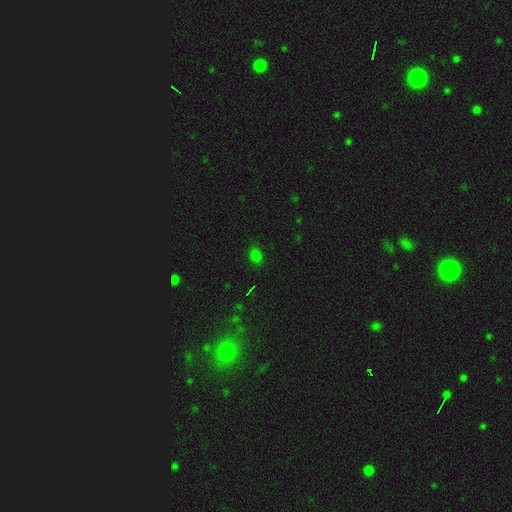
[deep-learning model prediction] The model was most divided on "how rounded": in between: 62%, round: 36%, cigar-shaped: 2%. More confident: merging — none (84%); smooth or featured — smooth (72%).